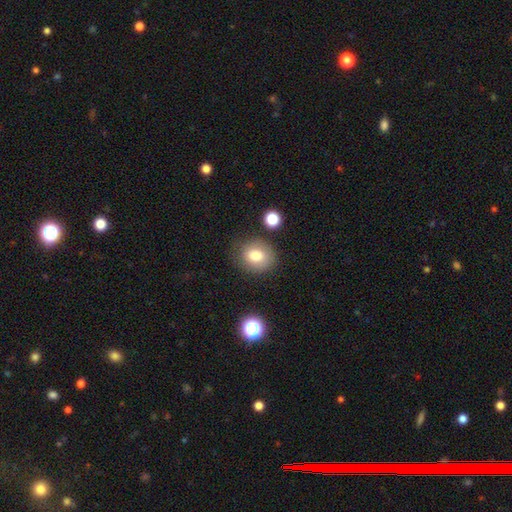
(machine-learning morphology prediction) Q: Smooth or featured?
A: smooth (79%); runner-up: featured or disk (11%)
Q: How rounded?
A: round (70%); runner-up: in between (30%)
Q: Merging?
A: none (76%); runner-up: minor disturbance (15%)